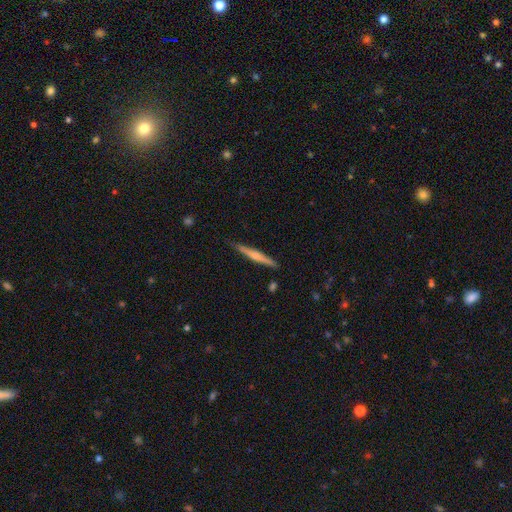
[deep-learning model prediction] Smooth or featured? featured or disk (52%)
Edge-on disk? yes (97%)
Edge-on bulge? rounded (64%)
Merging? none (86%)